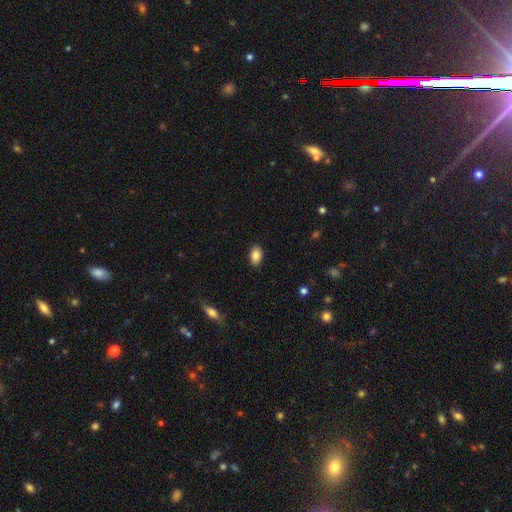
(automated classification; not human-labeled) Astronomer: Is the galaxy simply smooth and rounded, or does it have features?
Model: smooth — 86%.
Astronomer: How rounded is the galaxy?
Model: in between — 87%.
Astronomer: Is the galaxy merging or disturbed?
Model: none — 89%.